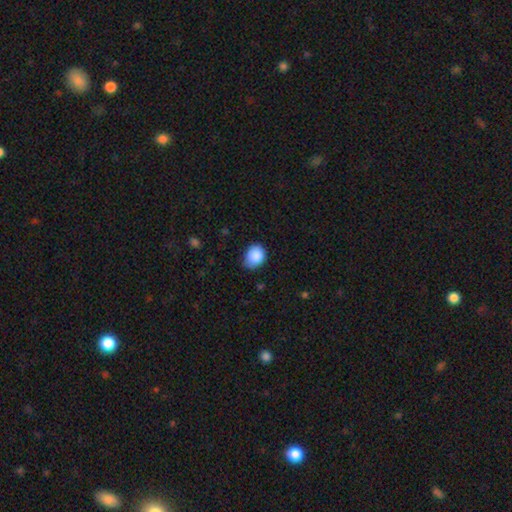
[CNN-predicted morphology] Smooth or featured?
  - smooth: 88% *
  - star or artifact: 8%
  - featured or disk: 5%
How rounded?
  - in between: 58% *
  - round: 41%
  - cigar-shaped: 1%
Merging?
  - none: 62% *
  - minor disturbance: 32%
  - major disturbance: 4%
  - merger: 1%